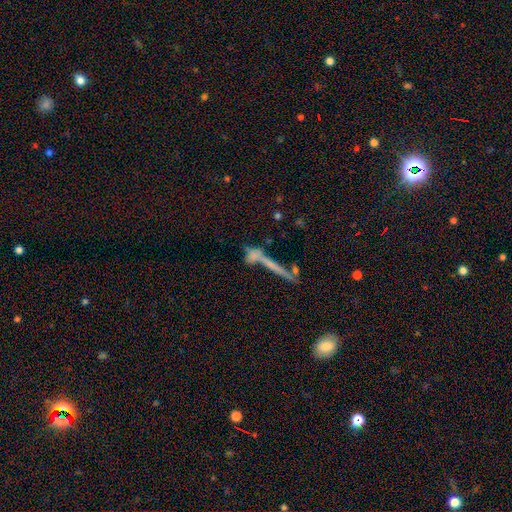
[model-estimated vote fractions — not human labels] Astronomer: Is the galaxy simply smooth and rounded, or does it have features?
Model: smooth — 57%.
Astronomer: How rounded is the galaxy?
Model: cigar-shaped — 62%.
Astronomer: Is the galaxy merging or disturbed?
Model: none — 46% (runner-up: merger, 32%).